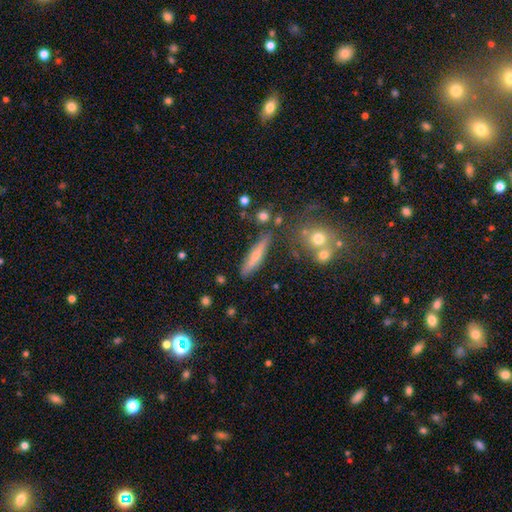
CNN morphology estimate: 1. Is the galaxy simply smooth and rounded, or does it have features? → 50% smooth, 42% featured or disk, 8% star or artifact.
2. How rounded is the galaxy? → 81% cigar-shaped, 16% in between, 3% round.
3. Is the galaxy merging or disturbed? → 80% none, 12% minor disturbance, 5% merger, 3% major disturbance.